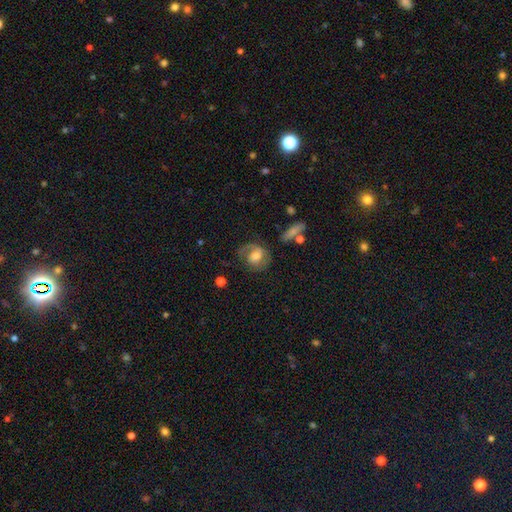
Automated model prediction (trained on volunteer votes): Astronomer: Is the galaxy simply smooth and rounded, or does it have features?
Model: featured or disk — 60%.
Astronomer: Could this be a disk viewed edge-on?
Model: no — 97%.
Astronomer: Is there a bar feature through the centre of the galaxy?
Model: no — 49% (runner-up: weak, 41%).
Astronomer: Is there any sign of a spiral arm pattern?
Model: yes — 87%.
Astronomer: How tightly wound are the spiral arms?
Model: medium — 46% (runner-up: tight, 30%).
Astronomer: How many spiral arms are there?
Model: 2 — 57%.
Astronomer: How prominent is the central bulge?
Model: moderate — 43% (runner-up: large, 29%).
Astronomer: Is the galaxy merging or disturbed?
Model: none — 57%.